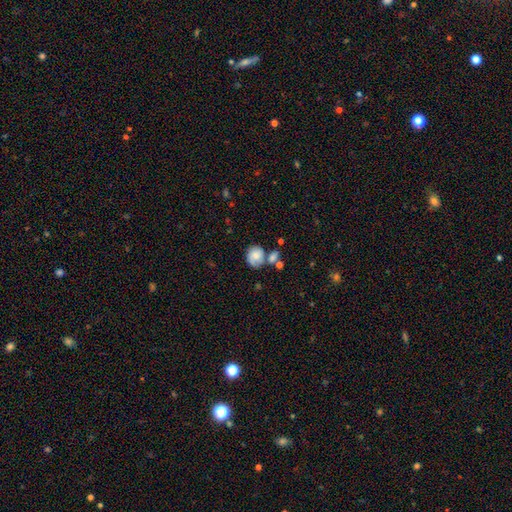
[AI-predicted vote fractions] smooth-or-featured: smooth: 65% | featured or disk: 26% | star or artifact: 8%
  how-rounded: round: 73% | in between: 26% | cigar-shaped: 1%
  merging: none: 47% | merger: 24% | minor disturbance: 21% | major disturbance: 8%